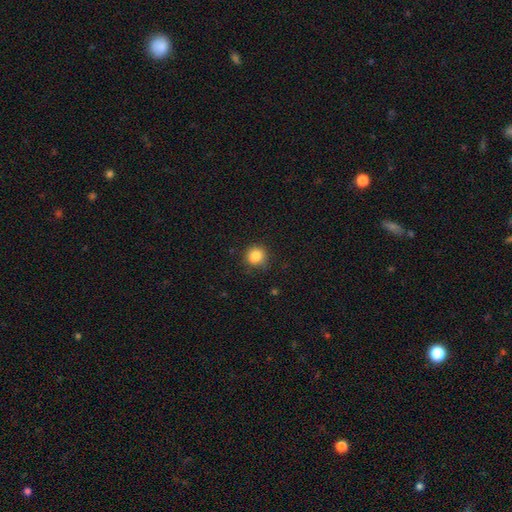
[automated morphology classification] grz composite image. It shows a smooth galaxy with no disk features (84%) that is round (92%). Merging: none (85%).